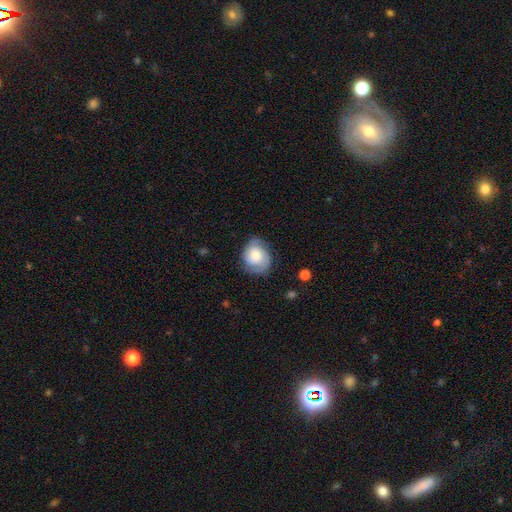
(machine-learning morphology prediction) Smooth or featured? featured or disk (57%)
Edge-on disk? no (97%)
Bar? no (74%)
Spiral arms? yes (89%)
Bulge size? moderate (45%)
Merging? none (71%)